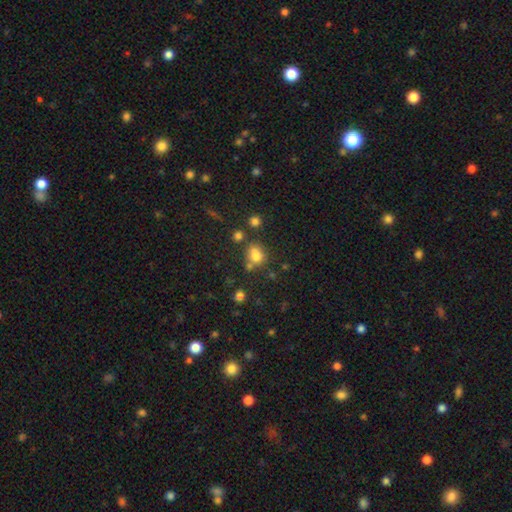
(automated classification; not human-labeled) The model was most divided on "merging": none: 46%, merger: 31%, minor disturbance: 16%, major disturbance: 8%. More confident: smooth or featured — smooth (69%); how rounded — round (60%).